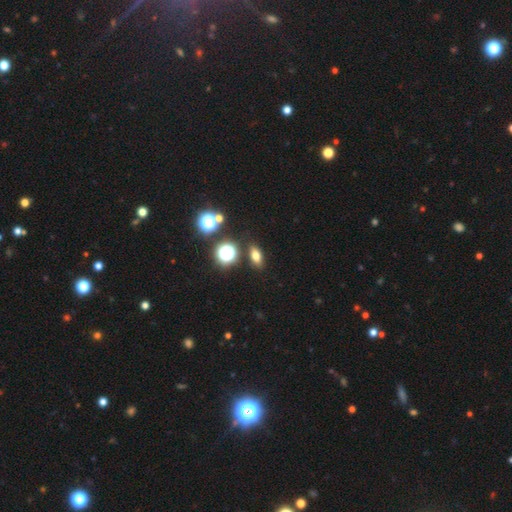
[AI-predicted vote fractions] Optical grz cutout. It shows a smooth galaxy with no disk features (70%) that is in between round and cigar-shaped (74%). Merging: none (86%).